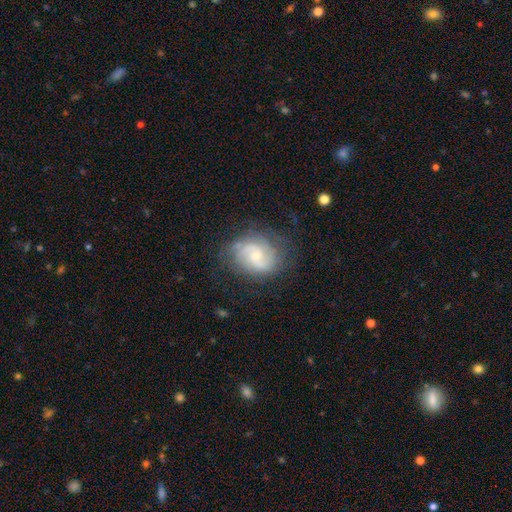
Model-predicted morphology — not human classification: smooth_or_featured: featured or disk (p=0.75) [alt: smooth p=0.18]
disk_edge_on: no (p=0.98) [alt: yes p=0.02]
bar: no (p=0.58) [alt: weak p=0.37]
has_spiral_arms: yes (p=0.93) [alt: no p=0.07]
spiral_winding: medium (p=0.43) [alt: tight p=0.40]
spiral_arm_count: 2 (p=0.56) [alt: can't tell p=0.22]
bulge_size: small (p=0.62) [alt: moderate p=0.33]
merging: none (p=0.70) [alt: minor disturbance p=0.19]